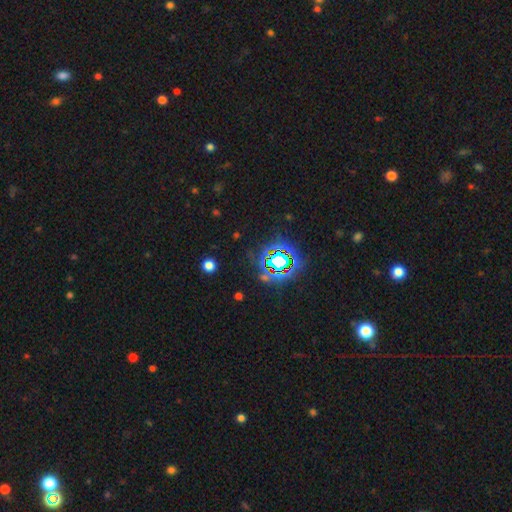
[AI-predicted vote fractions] This is likely a star or artifact rather than a galaxy (80%).